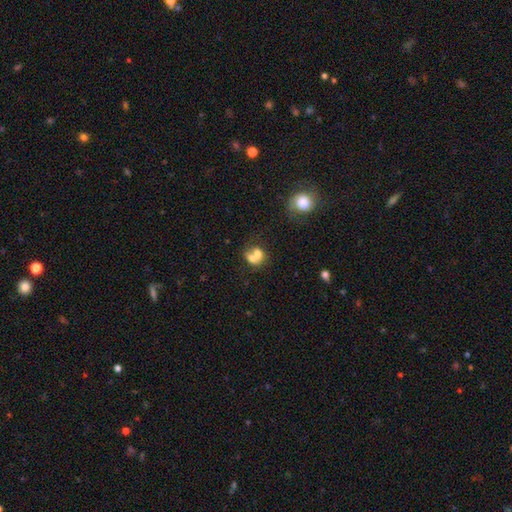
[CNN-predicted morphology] smooth_or_featured: smooth (p=0.66) [alt: featured or disk p=0.23]
how_rounded: in between (p=0.51) [alt: round p=0.47]
merging: merger (p=0.65) [alt: none p=0.22]